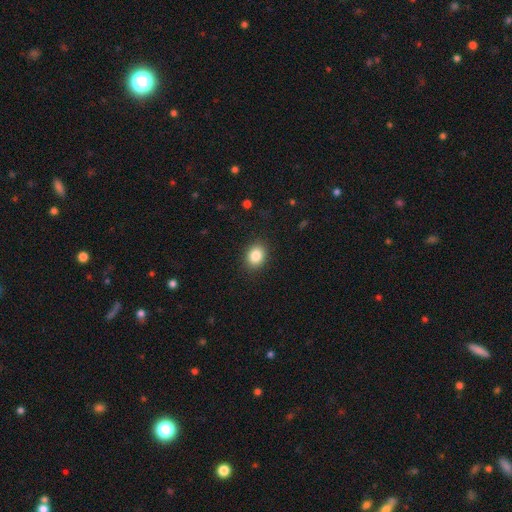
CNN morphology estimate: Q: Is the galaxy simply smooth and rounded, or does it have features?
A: smooth — 85%.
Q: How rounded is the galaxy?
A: in between — 50%.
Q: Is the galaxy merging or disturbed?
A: none — 89%.